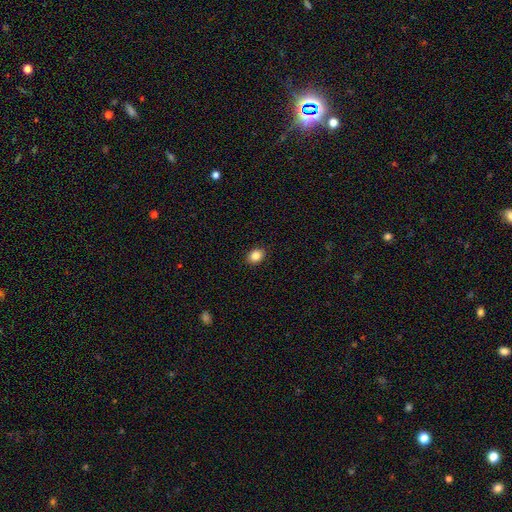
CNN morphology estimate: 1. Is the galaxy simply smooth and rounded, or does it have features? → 85% smooth, 9% star or artifact, 5% featured or disk.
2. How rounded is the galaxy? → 58% in between, 41% round, 1% cigar-shaped.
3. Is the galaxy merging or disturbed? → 90% none, 7% minor disturbance, 2% major disturbance, 1% merger.